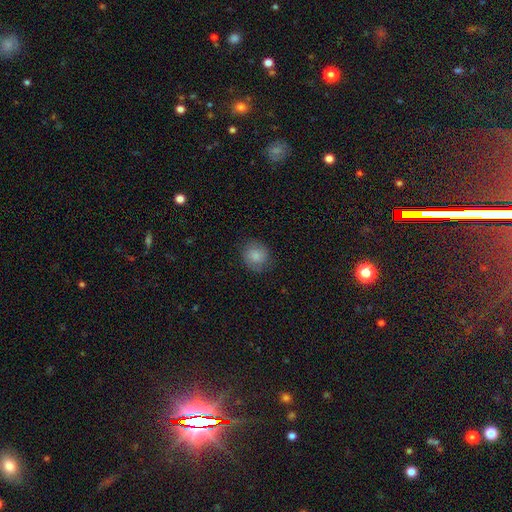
This is likely a smooth galaxy (74%). How rounded: likely round (72%). Merging: likely none (76%).